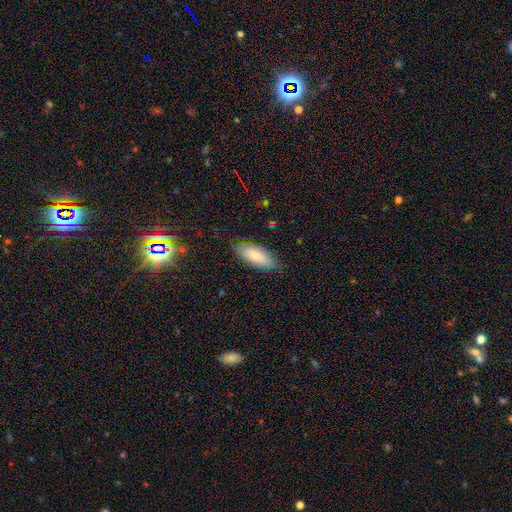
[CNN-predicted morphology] type=smooth (83%); roundness=in between (78%); merging=none (81%).